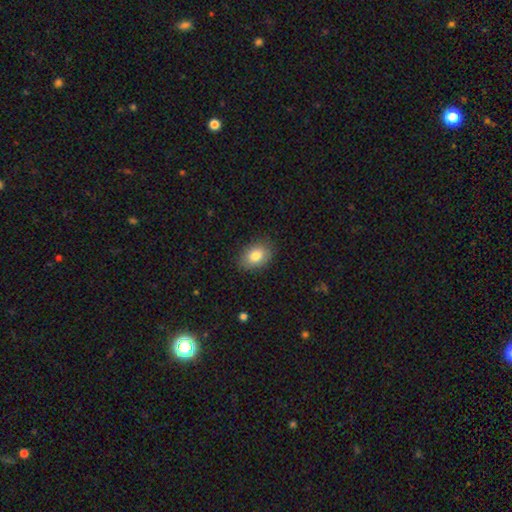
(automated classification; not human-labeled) Smooth or featured?
  - smooth: 82% *
  - featured or disk: 10%
  - star or artifact: 8%
How rounded?
  - in between: 79% *
  - round: 20%
  - cigar-shaped: 1%
Merging?
  - none: 85% *
  - minor disturbance: 11%
  - major disturbance: 3%
  - merger: 1%